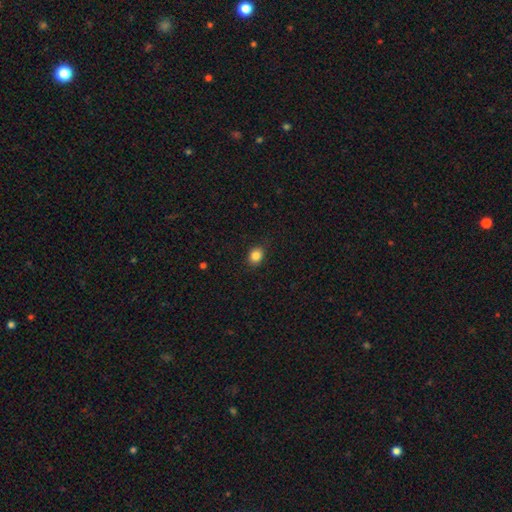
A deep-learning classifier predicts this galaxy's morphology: Overall: smooth (85%). How rounded: round (62%; in between 37%). Merging: none (87%).